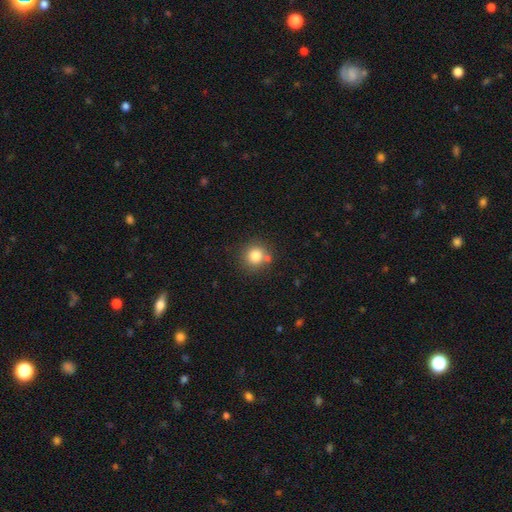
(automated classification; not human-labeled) smooth_or_featured: smooth (p=0.81) [alt: star or artifact p=0.11]
how_rounded: round (p=0.90) [alt: in between p=0.09]
merging: none (p=0.73) [alt: merger p=0.12]